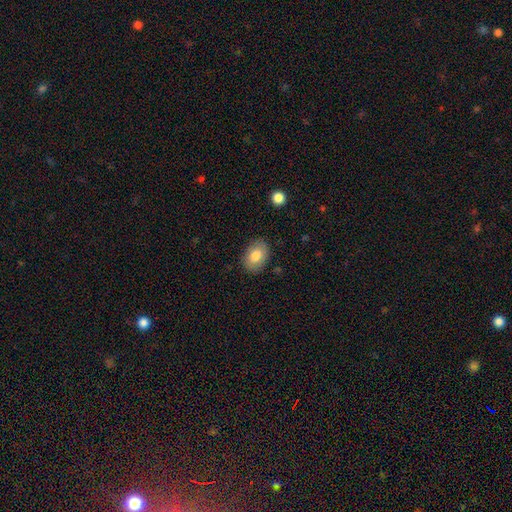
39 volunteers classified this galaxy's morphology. This appears to be a smooth galaxy with no disk features (82%) that is in between round and cigar-shaped (81%). Merging: none (81%).